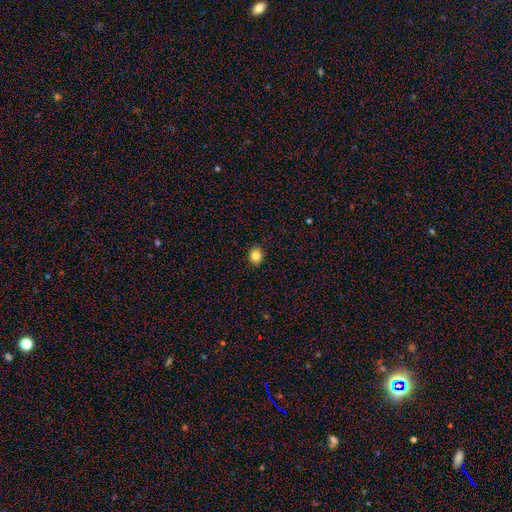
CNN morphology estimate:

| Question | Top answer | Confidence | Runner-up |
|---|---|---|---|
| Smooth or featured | smooth | 83% | star or artifact (11%) |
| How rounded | round | 64% | in between (35%) |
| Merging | none | 90% | minor disturbance (8%) |